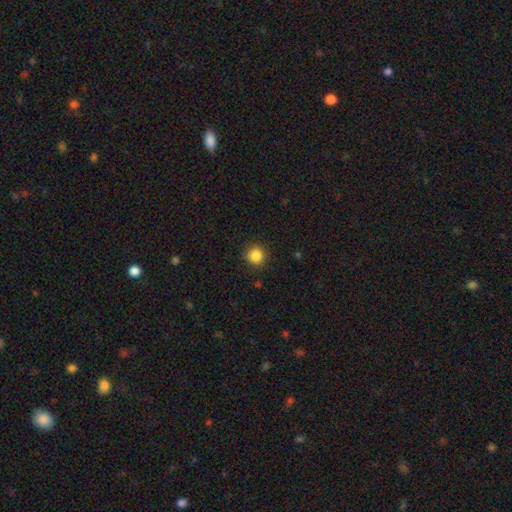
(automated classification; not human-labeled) Q: Smooth or featured?
A: smooth (86%); runner-up: star or artifact (11%)
Q: How rounded?
A: round (92%); runner-up: in between (7%)
Q: Merging?
A: none (87%); runner-up: minor disturbance (9%)